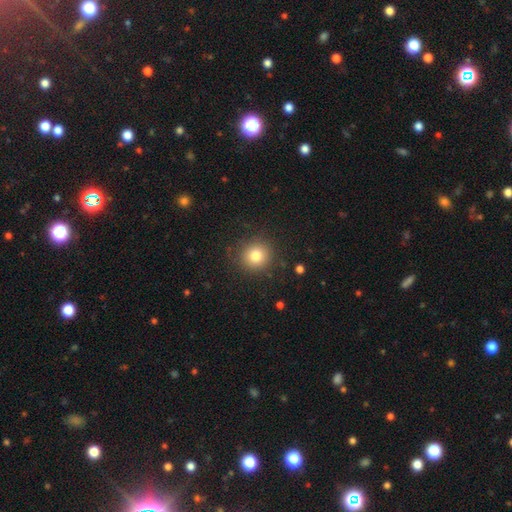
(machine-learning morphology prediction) Overall: smooth (81%). How rounded: round (91%). Merging: none (87%).